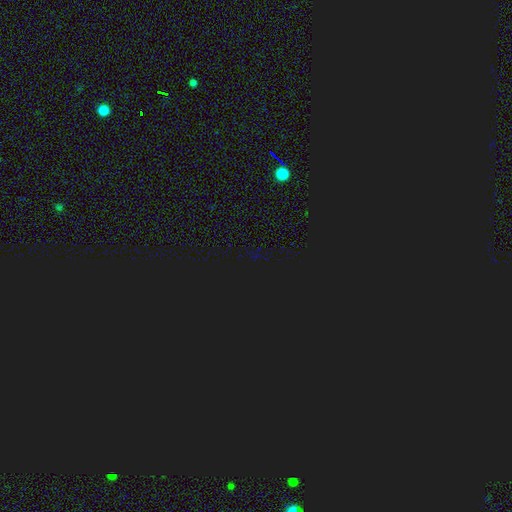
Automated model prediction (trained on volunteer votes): This is clearly a star or artifact rather than a galaxy (81%).